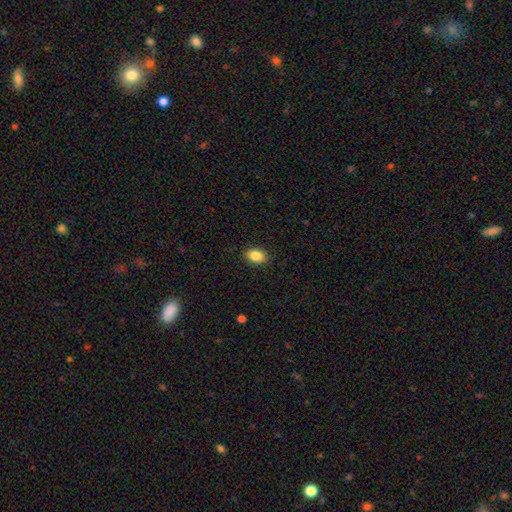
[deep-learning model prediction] smooth-or-featured: smooth: 87% | star or artifact: 8% | featured or disk: 5%
  how-rounded: in between: 85% | round: 14% | cigar-shaped: 1%
  merging: none: 89% | minor disturbance: 8% | major disturbance: 2% | merger: 1%